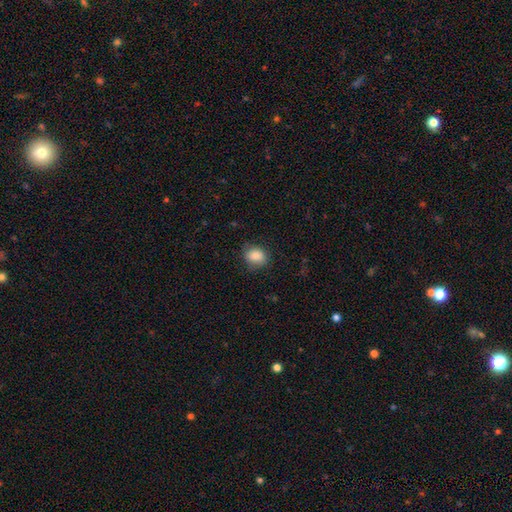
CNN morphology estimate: type=smooth (87%); roundness=round (55%); merging=none (78%).